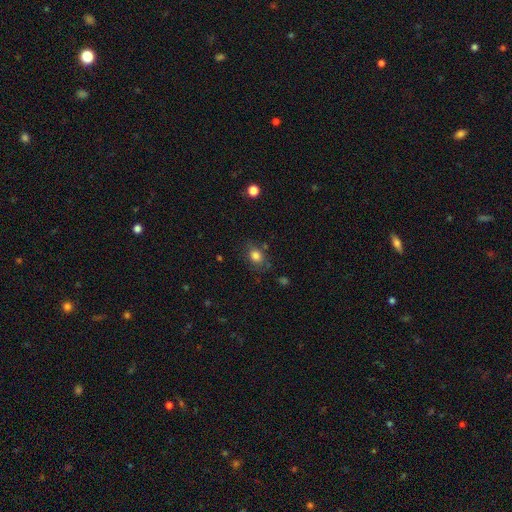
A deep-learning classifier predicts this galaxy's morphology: Smooth or featured? smooth (80%)
How rounded? round (51%)
Merging? none (72%)